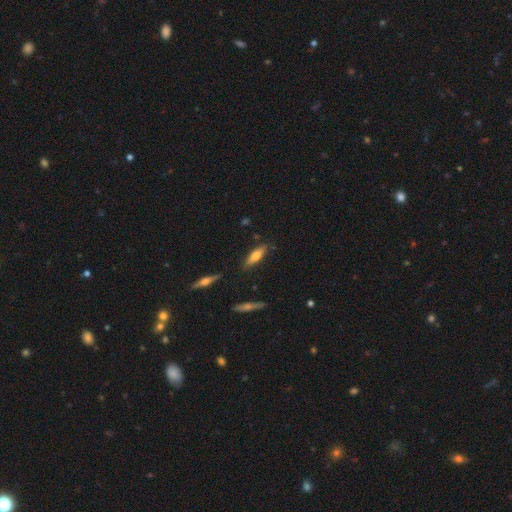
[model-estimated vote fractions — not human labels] Q: Smooth or featured?
A: smooth (63%); runner-up: featured or disk (29%)
Q: How rounded?
A: cigar-shaped (55%); runner-up: in between (43%)
Q: Merging?
A: none (81%); runner-up: minor disturbance (13%)